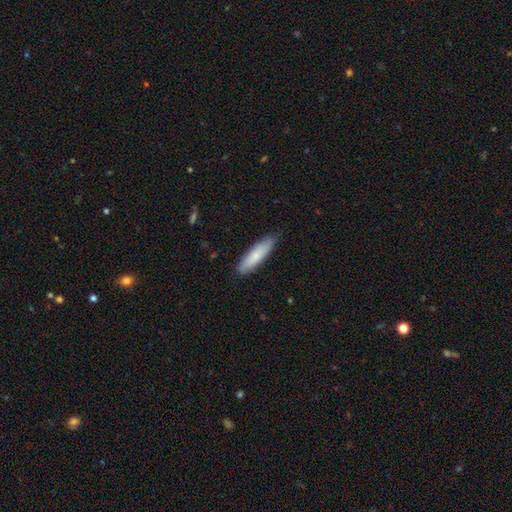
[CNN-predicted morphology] smooth_or_featured: smooth (p=0.74) [alt: featured or disk p=0.20]
how_rounded: cigar-shaped (p=0.66) [alt: in between p=0.33]
merging: none (p=0.80) [alt: minor disturbance p=0.17]